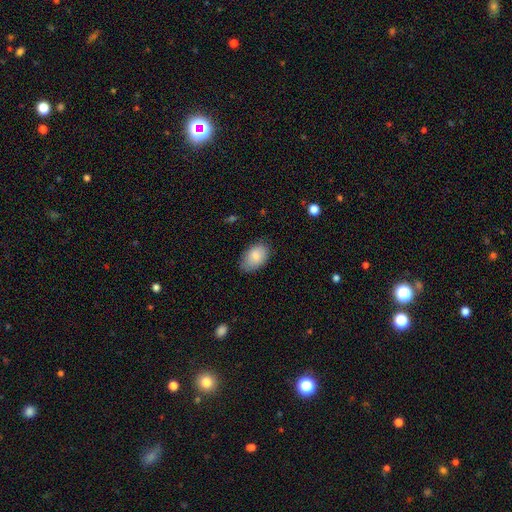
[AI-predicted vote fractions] Q: Smooth or featured?
A: smooth (86%); runner-up: featured or disk (8%)
Q: How rounded?
A: in between (92%); runner-up: round (7%)
Q: Merging?
A: none (78%); runner-up: minor disturbance (17%)